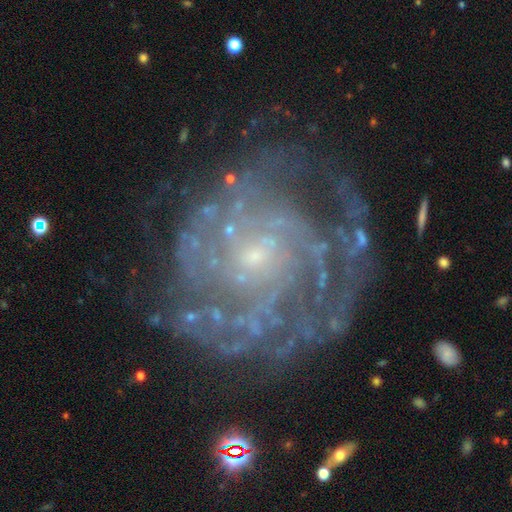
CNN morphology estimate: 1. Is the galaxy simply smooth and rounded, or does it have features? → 86% featured or disk, 8% star or artifact, 7% smooth.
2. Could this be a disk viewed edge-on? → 98% no, 2% yes.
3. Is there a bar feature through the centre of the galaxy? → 68% no, 26% weak, 6% strong.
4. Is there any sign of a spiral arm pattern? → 93% yes, 7% no.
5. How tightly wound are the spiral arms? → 69% tight, 24% medium, 7% loose.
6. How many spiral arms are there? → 38% can't tell, 15% 2, 15% 3, 14% 4, 11% more than 4, 8% 1.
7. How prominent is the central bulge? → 78% small, 11% moderate, 9% none, 1% large, 1% dominant.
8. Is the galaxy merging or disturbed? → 70% none, 17% minor disturbance, 11% major disturbance, 2% merger.